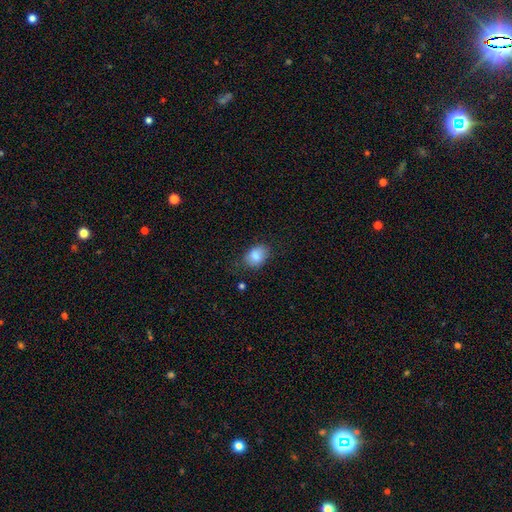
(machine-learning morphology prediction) This appears to be a smooth galaxy with no disk features (86%) that is in between round and cigar-shaped (71%). Merging: none (72%).